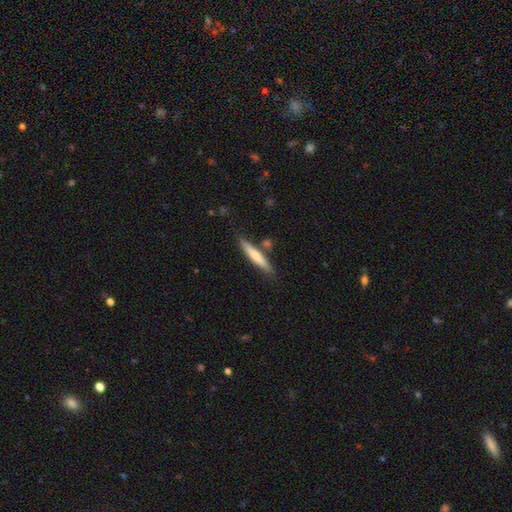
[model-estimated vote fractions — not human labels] smooth_or_featured: smooth (p=0.63) [alt: featured or disk p=0.32]
how_rounded: cigar-shaped (p=0.92) [alt: in between p=0.07]
merging: none (p=0.79) [alt: minor disturbance p=0.11]